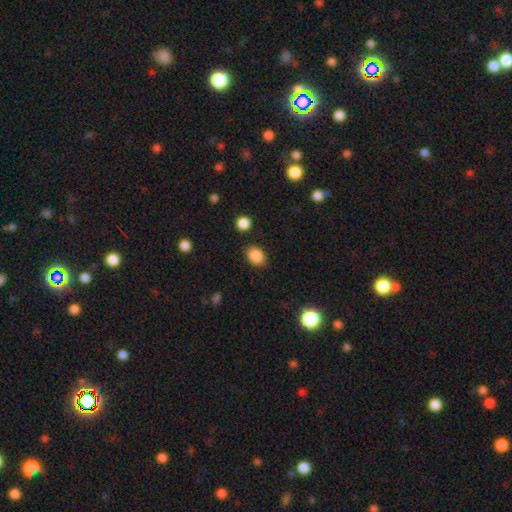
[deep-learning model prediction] Smooth or featured? Predicted: smooth (p=0.87). How rounded? Predicted: in between (p=0.71). Merging? Predicted: none (p=0.84).